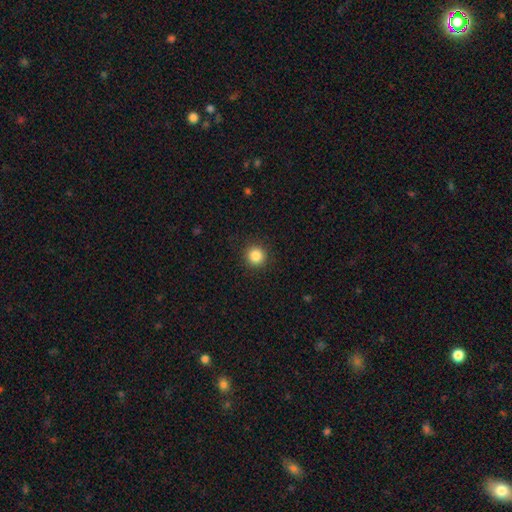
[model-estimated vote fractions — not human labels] This appears to be a smooth galaxy with no disk features (86%) that is round (94%). Merging: none (92%).